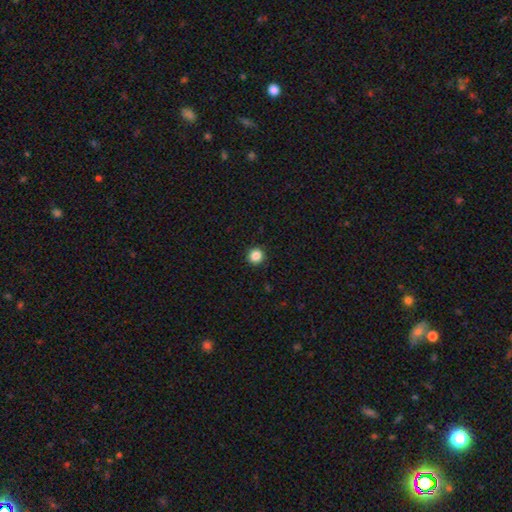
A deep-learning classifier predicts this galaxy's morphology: type=smooth (86%); roundness=round (93%); merging=none (93%).